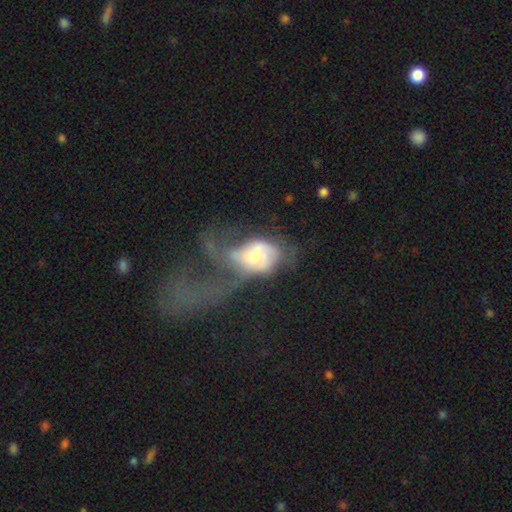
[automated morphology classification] A featured or disk galaxy (51%). Merging: major disturbance (61%).